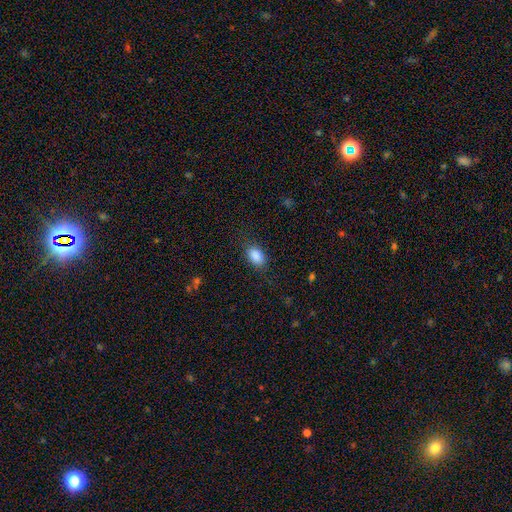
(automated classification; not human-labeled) smooth-or-featured: smooth: 88% | star or artifact: 8% | featured or disk: 4%
  how-rounded: in between: 86% | round: 13% | cigar-shaped: 2%
  merging: none: 81% | minor disturbance: 13% | major disturbance: 4% | merger: 1%